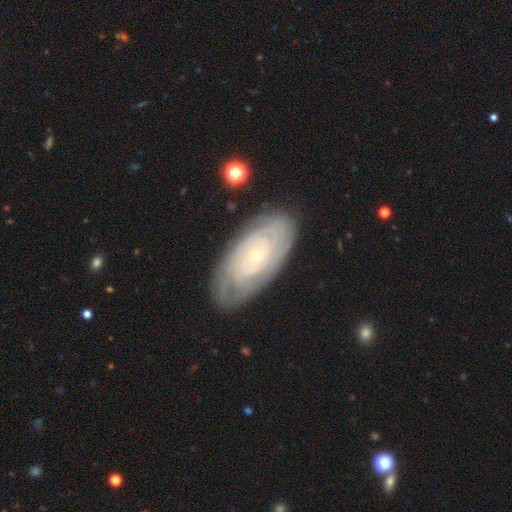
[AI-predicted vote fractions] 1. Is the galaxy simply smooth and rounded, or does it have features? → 81% featured or disk, 13% smooth, 6% star or artifact.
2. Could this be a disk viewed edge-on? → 94% no, 6% yes.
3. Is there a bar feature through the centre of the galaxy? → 81% no, 15% weak, 4% strong.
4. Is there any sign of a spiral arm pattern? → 93% yes, 7% no.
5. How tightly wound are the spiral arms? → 84% tight, 13% medium, 3% loose.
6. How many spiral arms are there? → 46% can't tell, 17% 2, 13% 4, 12% 3, 7% more than 4, 5% 1.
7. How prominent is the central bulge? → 83% small, 13% moderate, 1% none, 1% large, 1% dominant.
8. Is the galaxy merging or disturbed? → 79% none, 15% minor disturbance, 4% major disturbance, 1% merger.